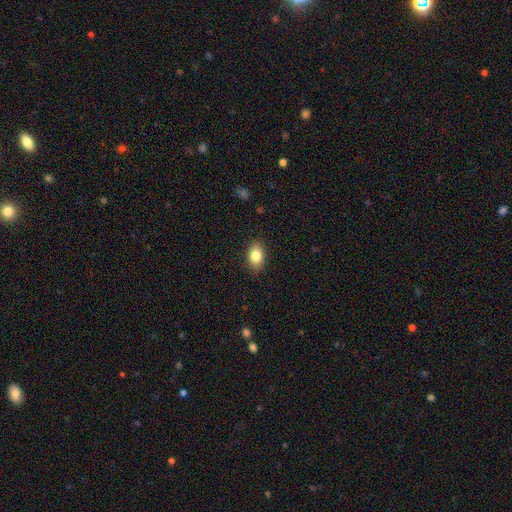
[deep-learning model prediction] Smooth or featured? smooth (83%)
How rounded? in between (87%)
Merging? none (87%)